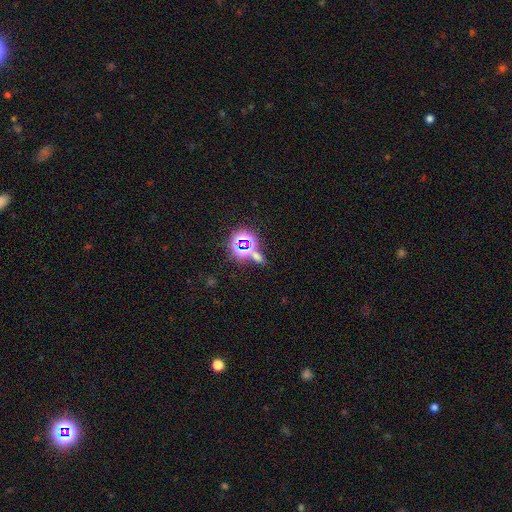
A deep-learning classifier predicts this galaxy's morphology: smooth-or-featured: star or artifact: 55% | smooth: 35% | featured or disk: 10%